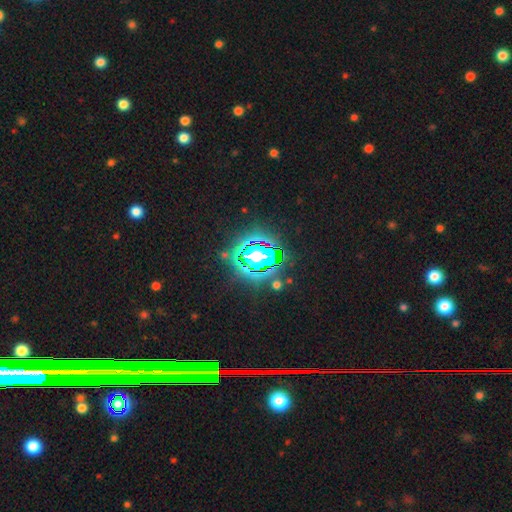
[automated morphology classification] A star or artifact, not a galaxy (72%).